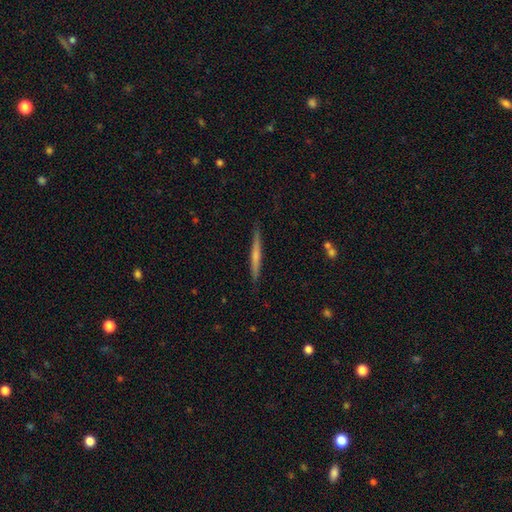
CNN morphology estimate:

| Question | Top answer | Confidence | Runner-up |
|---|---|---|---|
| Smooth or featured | smooth | 49% | featured or disk (45%) |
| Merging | none | 88% | minor disturbance (9%) |